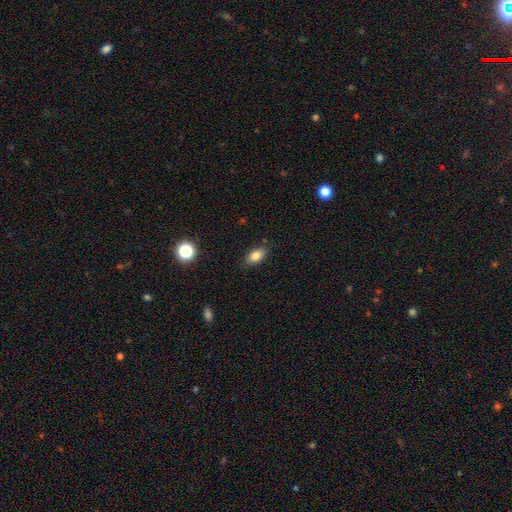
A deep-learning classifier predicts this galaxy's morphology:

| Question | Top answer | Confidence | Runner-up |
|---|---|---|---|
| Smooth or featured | smooth | 83% | star or artifact (9%) |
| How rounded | in between | 88% | round (8%) |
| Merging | none | 85% | minor disturbance (11%) |